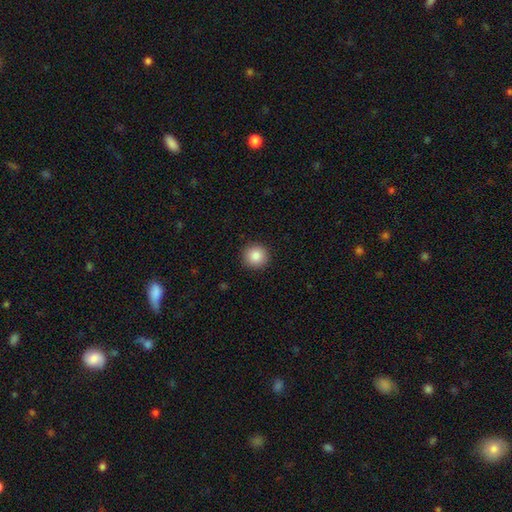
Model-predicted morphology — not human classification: Smooth or featured? Predicted: smooth (p=0.86). How rounded? Predicted: round (p=0.95). Merging? Predicted: none (p=0.92).